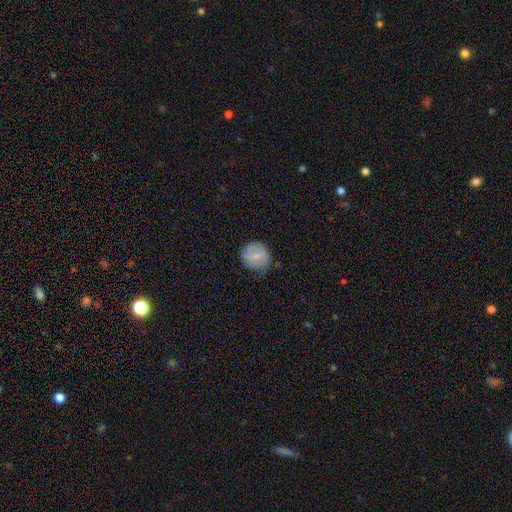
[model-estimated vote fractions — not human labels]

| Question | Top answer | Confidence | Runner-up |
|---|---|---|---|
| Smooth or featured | smooth | 62% | featured or disk (30%) |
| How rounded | round | 83% | in between (16%) |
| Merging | none | 67% | minor disturbance (25%) |